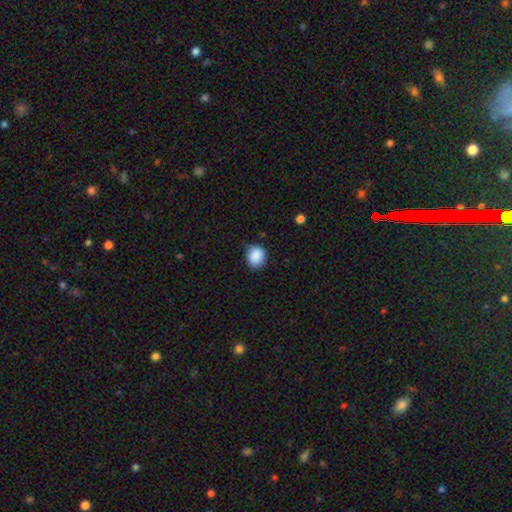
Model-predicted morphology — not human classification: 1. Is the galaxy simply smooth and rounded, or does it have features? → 89% smooth, 8% star or artifact, 3% featured or disk.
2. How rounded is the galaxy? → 73% round, 26% in between, 1% cigar-shaped.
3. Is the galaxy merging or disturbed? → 82% none, 14% minor disturbance, 3% major disturbance, 1% merger.